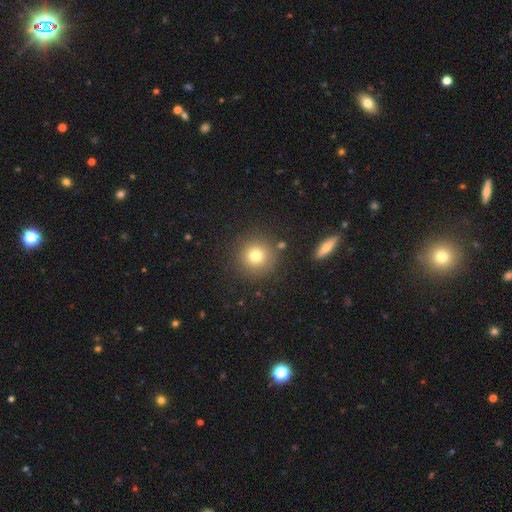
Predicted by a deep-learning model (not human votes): Q: Smooth or featured?
A: smooth (76%); runner-up: star or artifact (14%)
Q: How rounded?
A: round (94%); runner-up: in between (5%)
Q: Merging?
A: none (87%); runner-up: minor disturbance (7%)